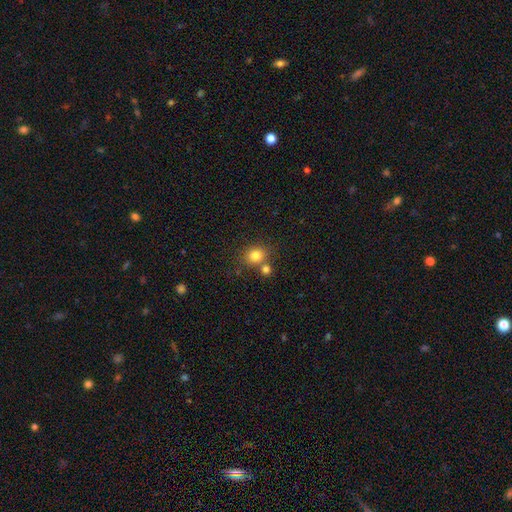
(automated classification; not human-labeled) smooth-or-featured: smooth: 80% | star or artifact: 12% | featured or disk: 8%
  how-rounded: round: 74% | in between: 25% | cigar-shaped: 1%
  merging: none: 64% | merger: 23% | minor disturbance: 10% | major disturbance: 3%